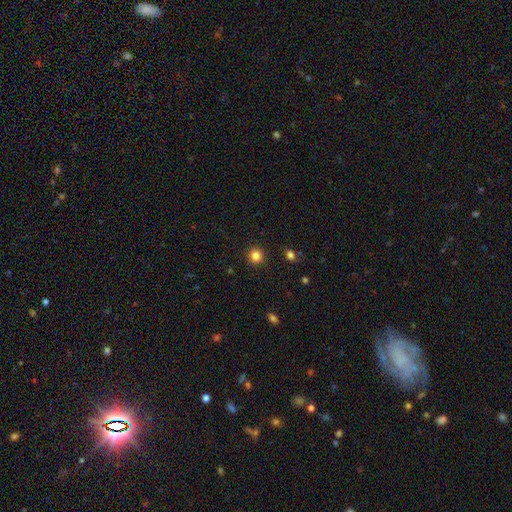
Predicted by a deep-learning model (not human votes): Morphology: type=smooth (84%); roundness=round (91%); merging=none (91%).